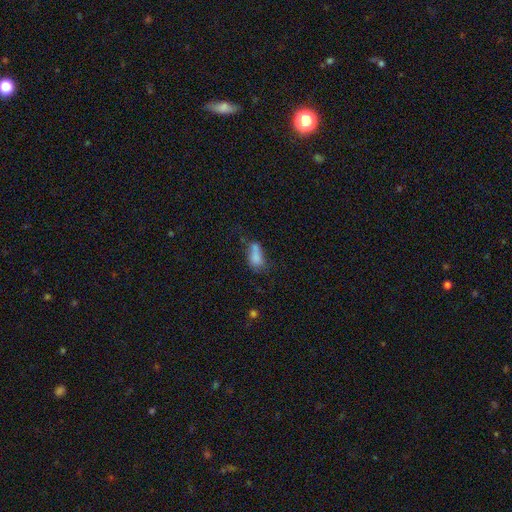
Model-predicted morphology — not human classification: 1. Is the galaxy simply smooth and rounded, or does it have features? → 71% smooth, 17% featured or disk, 12% star or artifact.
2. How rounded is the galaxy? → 83% in between, 10% cigar-shaped, 7% round.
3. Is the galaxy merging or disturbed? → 27% none, 25% merger, 24% major disturbance, 24% minor disturbance.